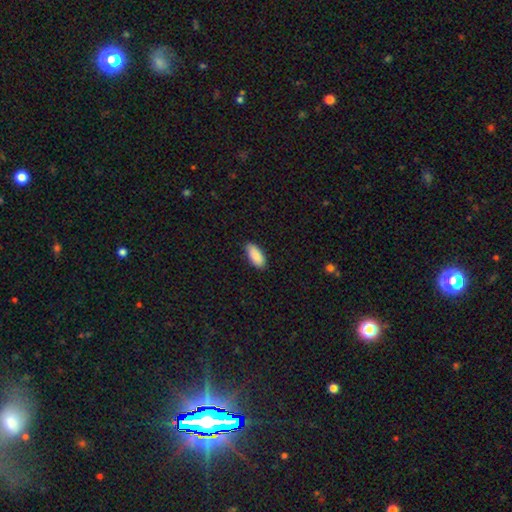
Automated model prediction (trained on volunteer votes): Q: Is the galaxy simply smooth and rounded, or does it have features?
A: smooth — 90%.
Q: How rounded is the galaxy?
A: in between — 89%.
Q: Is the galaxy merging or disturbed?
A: none — 83%.